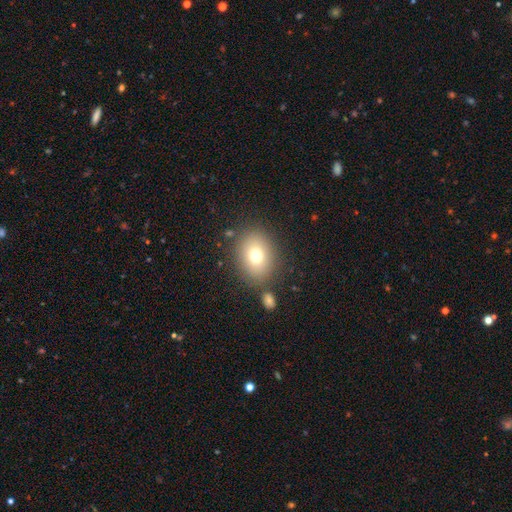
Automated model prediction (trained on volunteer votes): The model was most divided on "how rounded": in between: 53%, round: 46%, cigar-shaped: 1%. More confident: merging — none (79%); smooth or featured — smooth (74%).